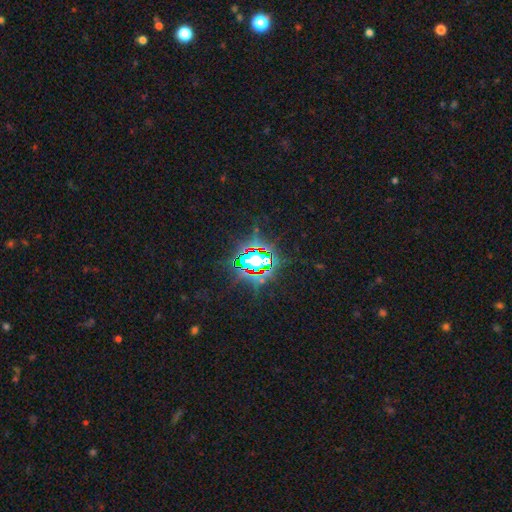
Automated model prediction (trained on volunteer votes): Smooth or featured: star or artifact — 77% (smooth — 12%)